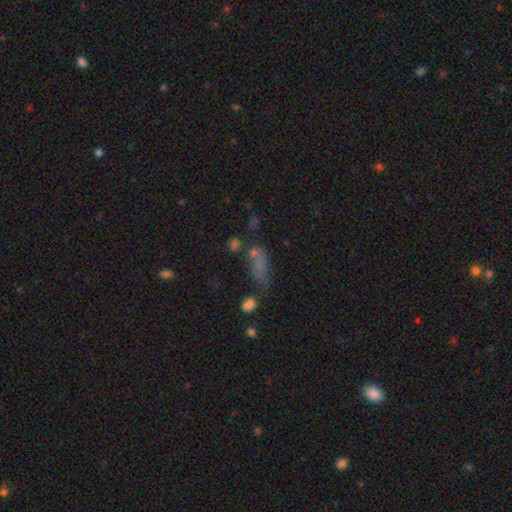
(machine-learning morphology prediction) Q: Smooth or featured?
A: smooth (56%); runner-up: star or artifact (26%)
Q: How rounded?
A: in between (64%); runner-up: cigar-shaped (26%)
Q: Merging?
A: none (44%); runner-up: merger (20%)